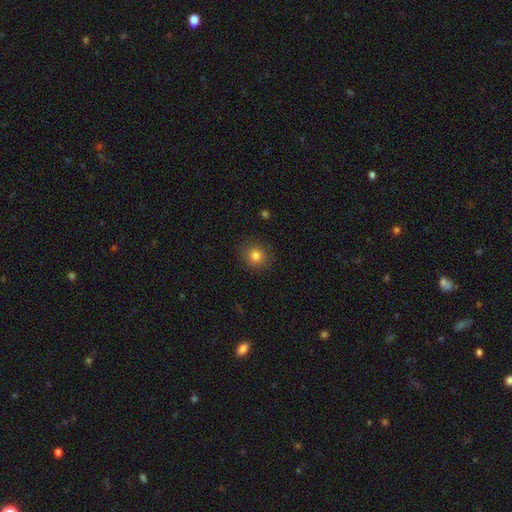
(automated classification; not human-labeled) A smooth galaxy with no disk features (81%) that is round (86%).

Vote fractions:
- Smooth or featured? smooth: 81% / star or artifact: 12% / featured or disk: 7%
- How rounded? round: 86% / in between: 14% / cigar-shaped: 1%
- Merging? none: 88% / minor disturbance: 8% / major disturbance: 3% / merger: 1%